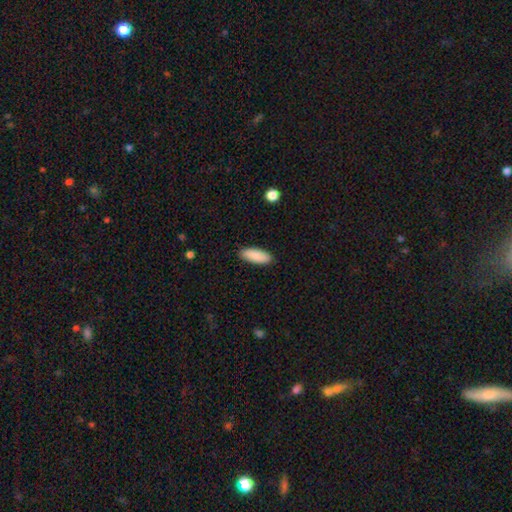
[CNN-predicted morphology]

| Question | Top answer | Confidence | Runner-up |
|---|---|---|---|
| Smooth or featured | smooth | 90% | star or artifact (6%) |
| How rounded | in between | 72% | cigar-shaped (26%) |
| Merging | none | 89% | minor disturbance (8%) |